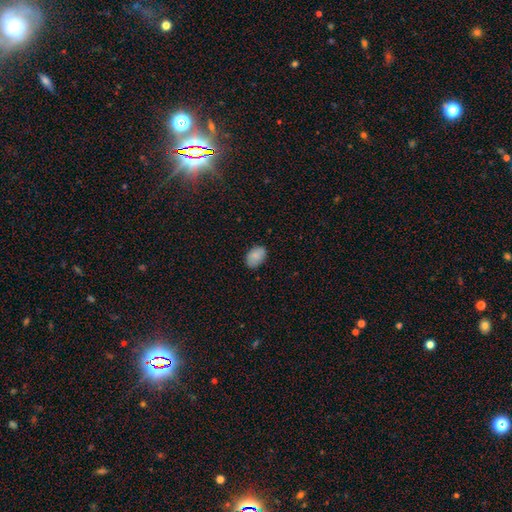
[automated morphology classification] Q: Smooth or featured?
A: smooth (86%); runner-up: star or artifact (8%)
Q: How rounded?
A: in between (87%); runner-up: round (12%)
Q: Merging?
A: none (82%); runner-up: minor disturbance (15%)